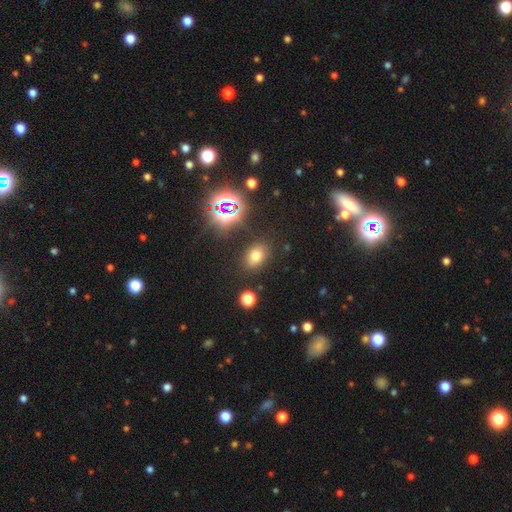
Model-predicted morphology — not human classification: Q: Smooth or featured?
A: smooth (68%); runner-up: star or artifact (22%)
Q: How rounded?
A: in between (75%); runner-up: round (23%)
Q: Merging?
A: none (83%); runner-up: minor disturbance (10%)